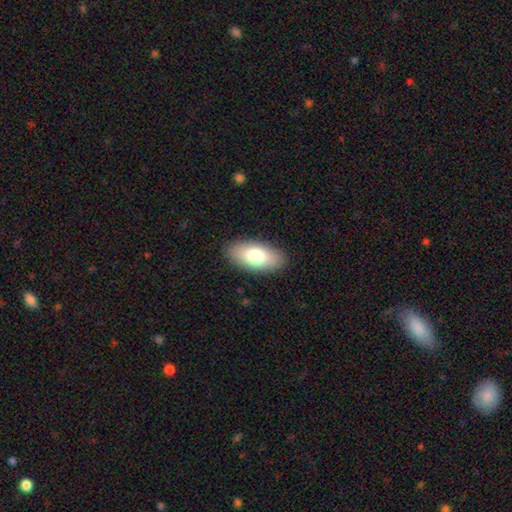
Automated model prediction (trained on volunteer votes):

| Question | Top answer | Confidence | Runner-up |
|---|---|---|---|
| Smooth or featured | smooth | 76% | featured or disk (17%) |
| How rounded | in between | 92% | cigar-shaped (5%) |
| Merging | none | 89% | minor disturbance (8%) |